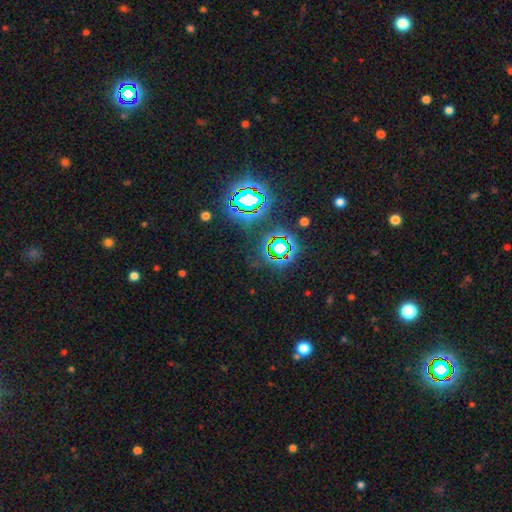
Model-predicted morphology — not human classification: Overall: star or artifact (79%).